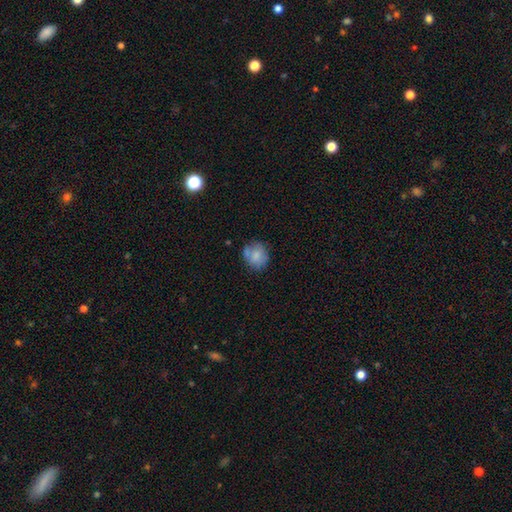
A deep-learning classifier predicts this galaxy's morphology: smooth-or-featured: smooth: 75% | featured or disk: 17% | star or artifact: 8%
  how-rounded: round: 77% | in between: 22% | cigar-shaped: 1%
  merging: none: 64% | minor disturbance: 21% | merger: 9% | major disturbance: 6%